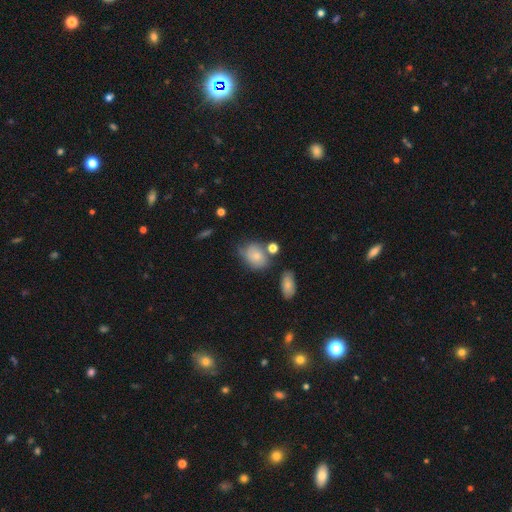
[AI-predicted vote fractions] smooth-or-featured: smooth: 69% | featured or disk: 21% | star or artifact: 9%
  how-rounded: in between: 59% | round: 40% | cigar-shaped: 1%
  merging: none: 48% | minor disturbance: 28% | merger: 13% | major disturbance: 10%